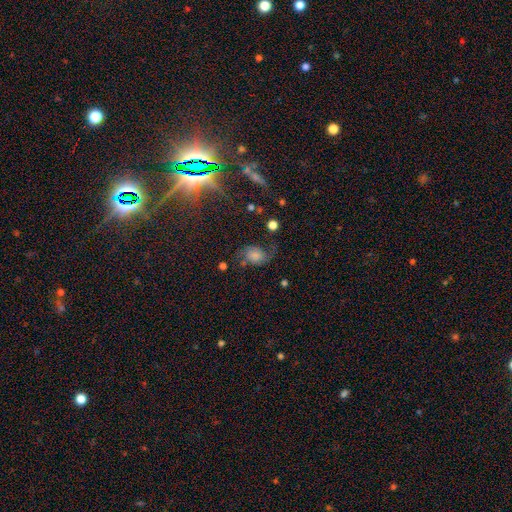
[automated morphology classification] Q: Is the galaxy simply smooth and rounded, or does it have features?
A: featured or disk — 44%.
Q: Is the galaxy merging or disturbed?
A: none — 51%.